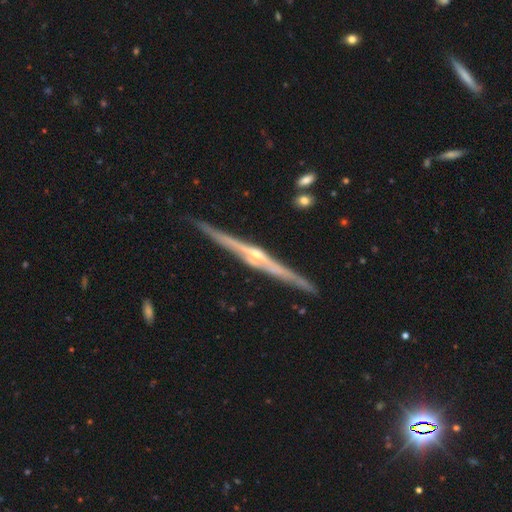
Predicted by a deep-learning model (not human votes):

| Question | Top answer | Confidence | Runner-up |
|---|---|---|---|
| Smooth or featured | featured or disk | 88% | smooth (7%) |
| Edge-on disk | yes | 98% | no (2%) |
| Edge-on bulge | rounded | 80% | none (11%) |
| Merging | none | 91% | minor disturbance (7%) |